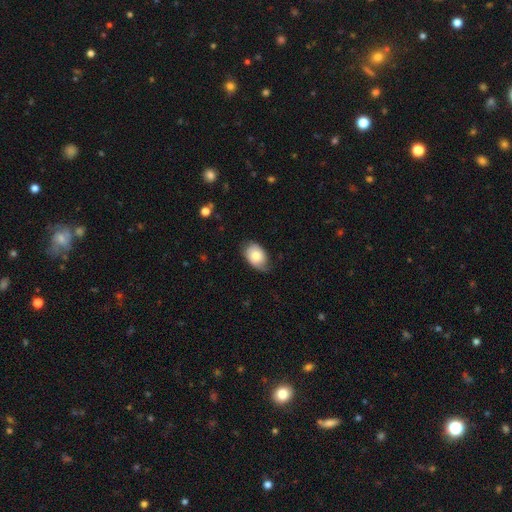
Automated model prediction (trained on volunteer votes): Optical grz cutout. It shows a smooth galaxy with no disk features (74%) that is in between round and cigar-shaped (83%). Merging: none (56%).